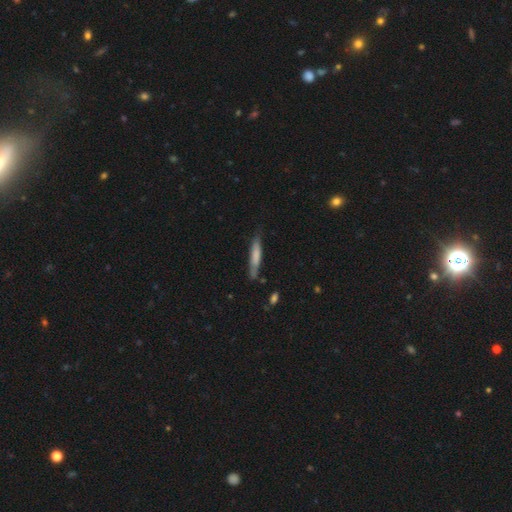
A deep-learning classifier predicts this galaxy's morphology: This is likely a smooth galaxy (70%). How rounded: clearly cigar-shaped (88%). Merging: likely none (73%).